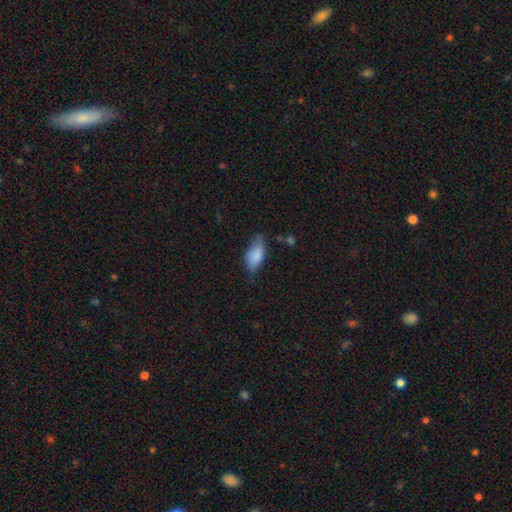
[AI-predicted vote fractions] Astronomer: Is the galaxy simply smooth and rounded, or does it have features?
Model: smooth — 84%.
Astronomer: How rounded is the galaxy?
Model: in between — 88%.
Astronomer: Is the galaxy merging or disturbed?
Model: none — 55% (runner-up: minor disturbance, 35%).